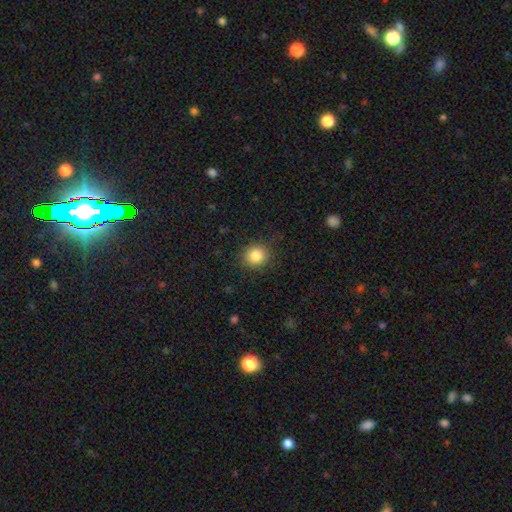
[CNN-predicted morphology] This appears to be a smooth galaxy with no disk features (84%) that is round (83%). Merging: none (87%).